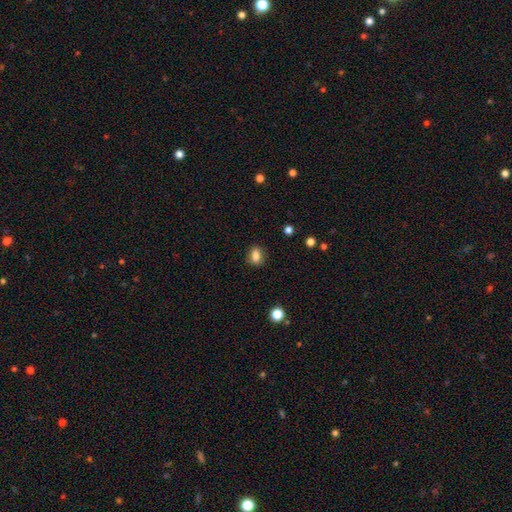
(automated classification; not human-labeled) Overall: smooth (85%). How rounded: in between (74%). Merging: none (83%).